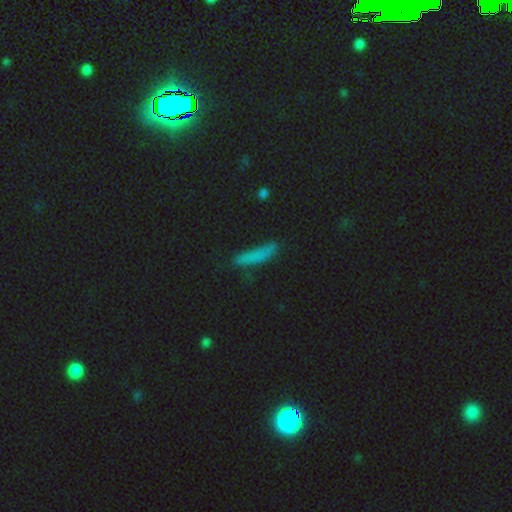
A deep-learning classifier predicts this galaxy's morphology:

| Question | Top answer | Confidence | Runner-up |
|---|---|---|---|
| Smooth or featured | smooth | 75% | star or artifact (14%) |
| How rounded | cigar-shaped | 85% | in between (12%) |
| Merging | none | 67% | minor disturbance (23%) |